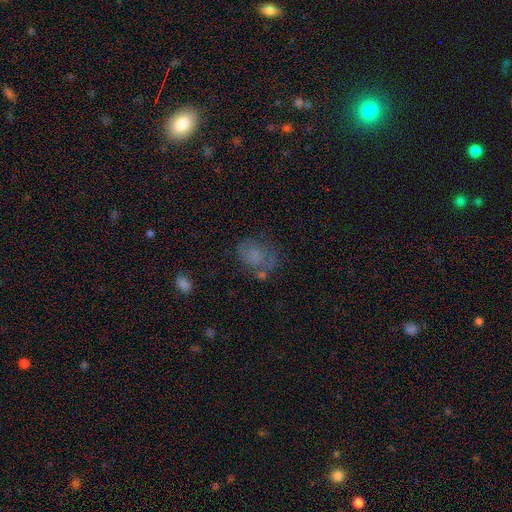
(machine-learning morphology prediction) smooth-or-featured: smooth: 56% | featured or disk: 26% | star or artifact: 18%
  how-rounded: in between: 54% | round: 45% | cigar-shaped: 1%
  merging: none: 48% | minor disturbance: 23% | major disturbance: 20% | merger: 9%